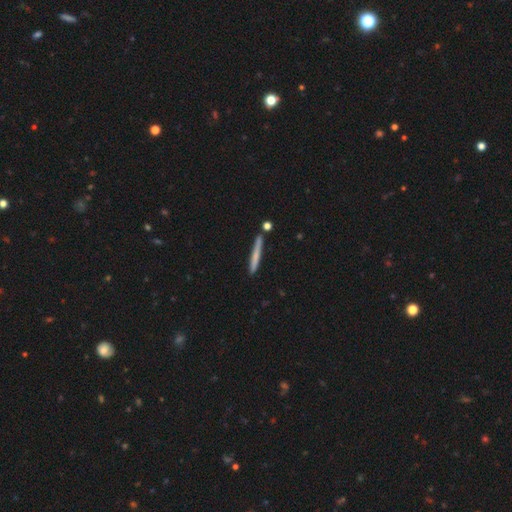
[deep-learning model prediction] Morphology: type=smooth (66%); roundness=cigar-shaped (96%); merging=none (83%).